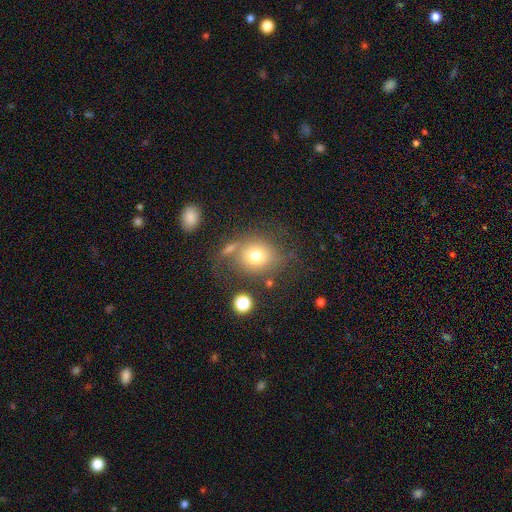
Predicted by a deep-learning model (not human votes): Smooth or featured?
  - smooth: 71% *
  - featured or disk: 17%
  - star or artifact: 12%
How rounded?
  - round: 69% *
  - in between: 30%
  - cigar-shaped: 1%
Merging?
  - none: 58% *
  - minor disturbance: 18%
  - merger: 13%
  - major disturbance: 12%